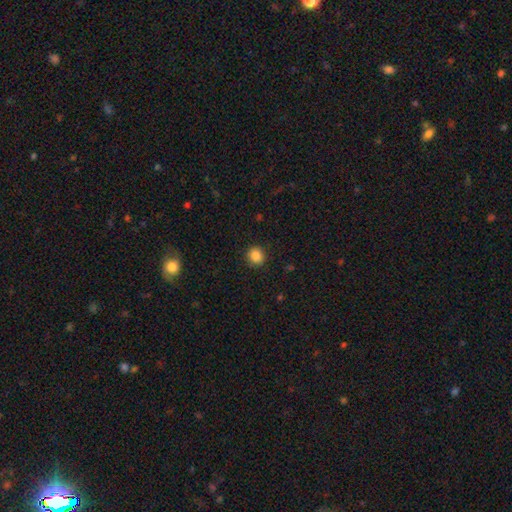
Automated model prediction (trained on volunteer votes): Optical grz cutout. It shows a smooth galaxy with no disk features (87%) that is round (85%). Merging: none (90%).